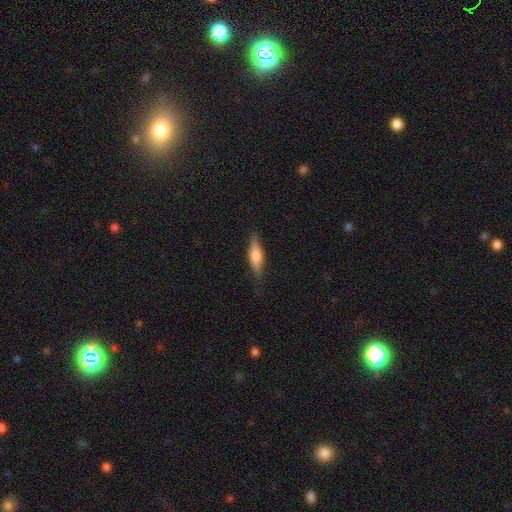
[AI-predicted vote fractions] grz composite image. It shows a smooth galaxy with no disk features (54%) that is cigar-shaped (68%). Merging: none (83%).